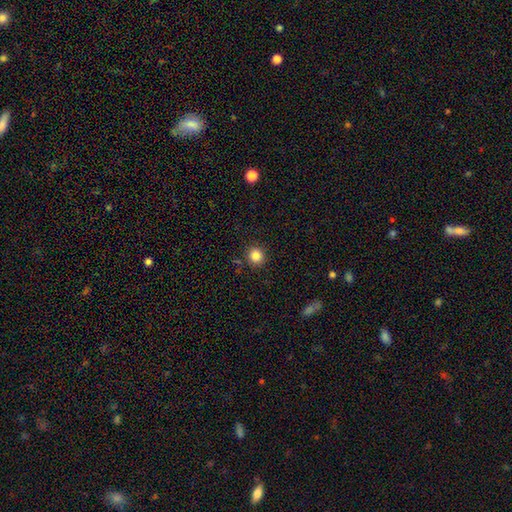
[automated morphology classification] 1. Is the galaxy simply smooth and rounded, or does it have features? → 85% smooth, 11% star or artifact, 4% featured or disk.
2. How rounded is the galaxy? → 88% round, 11% in between, 1% cigar-shaped.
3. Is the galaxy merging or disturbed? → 89% none, 7% minor disturbance, 2% major disturbance, 2% merger.